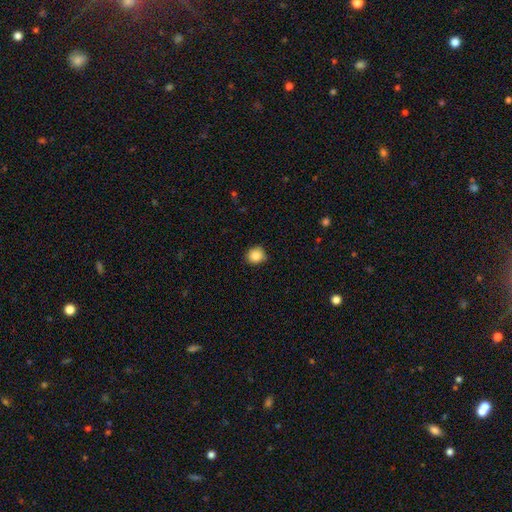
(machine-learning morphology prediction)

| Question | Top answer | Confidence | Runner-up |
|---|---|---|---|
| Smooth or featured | smooth | 85% | star or artifact (10%) |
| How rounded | round | 87% | in between (12%) |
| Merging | none | 85% | minor disturbance (12%) |